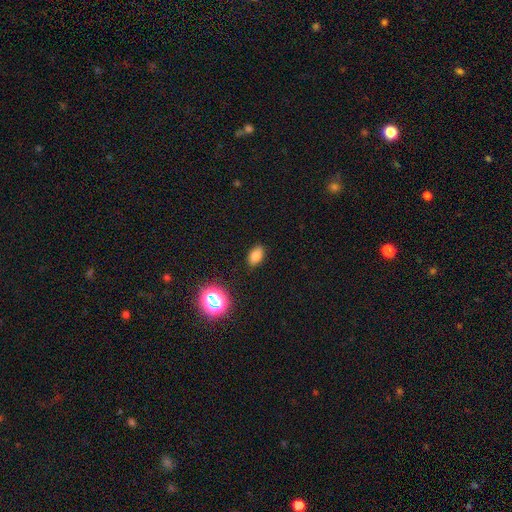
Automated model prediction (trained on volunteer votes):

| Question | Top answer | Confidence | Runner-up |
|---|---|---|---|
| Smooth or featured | smooth | 77% | star or artifact (15%) |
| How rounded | in between | 88% | round (10%) |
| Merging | none | 87% | minor disturbance (10%) |